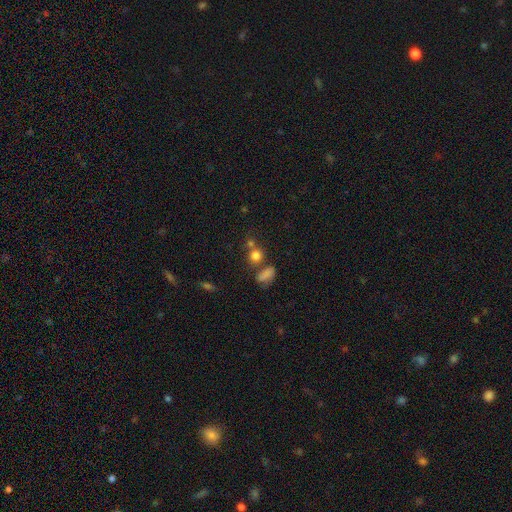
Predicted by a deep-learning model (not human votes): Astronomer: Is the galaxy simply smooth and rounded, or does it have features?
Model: smooth — 77%.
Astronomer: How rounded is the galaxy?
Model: round — 79%.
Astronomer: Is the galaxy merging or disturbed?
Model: none — 57%.